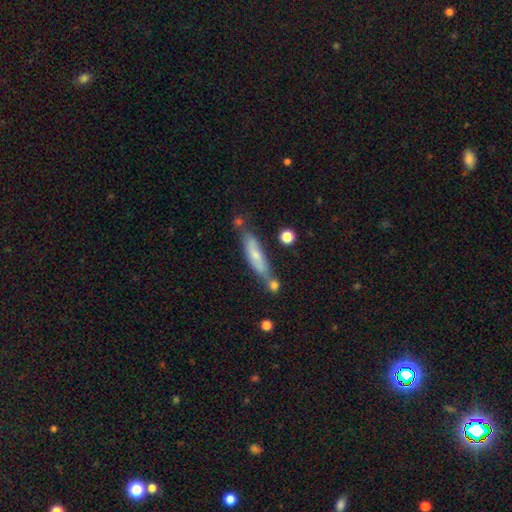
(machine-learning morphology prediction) Overall: smooth (57%; featured or disk 35%). How rounded: cigar-shaped (78%). Merging: none (54%; minor disturbance 20%).